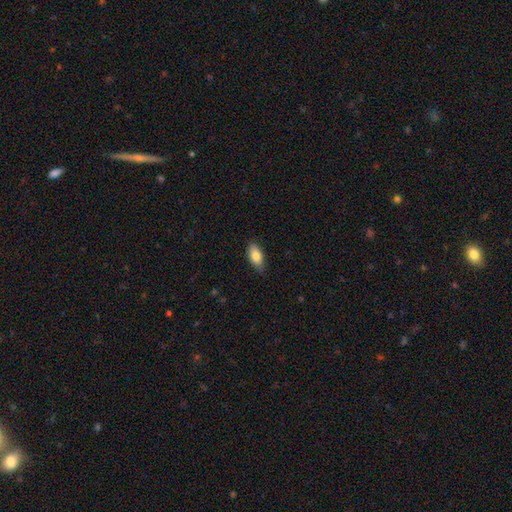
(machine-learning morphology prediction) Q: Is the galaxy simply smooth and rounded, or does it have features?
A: smooth — 81%.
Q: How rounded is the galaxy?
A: in between — 88%.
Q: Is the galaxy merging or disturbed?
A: none — 83%.